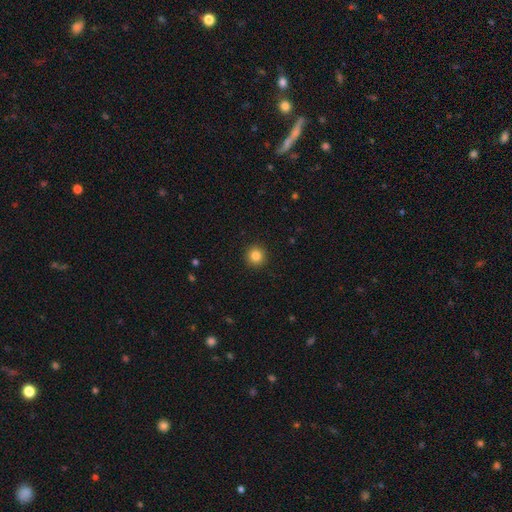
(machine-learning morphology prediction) Overall: smooth (84%). How rounded: round (94%). Merging: none (92%).